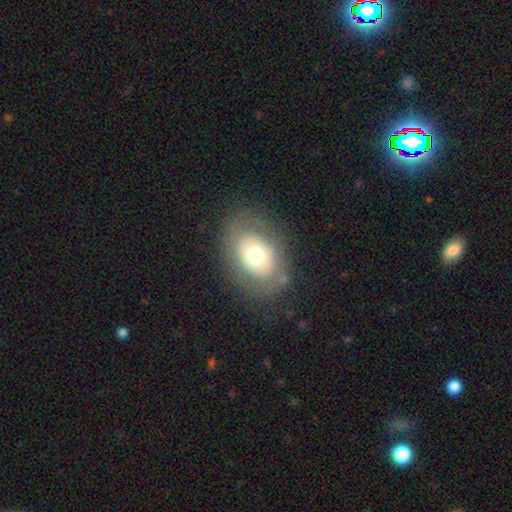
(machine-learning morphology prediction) smooth 55%, featured or disk 36%, star or artifact 9%. Down the decision tree: how rounded — in between (70%); merging — none (78%).